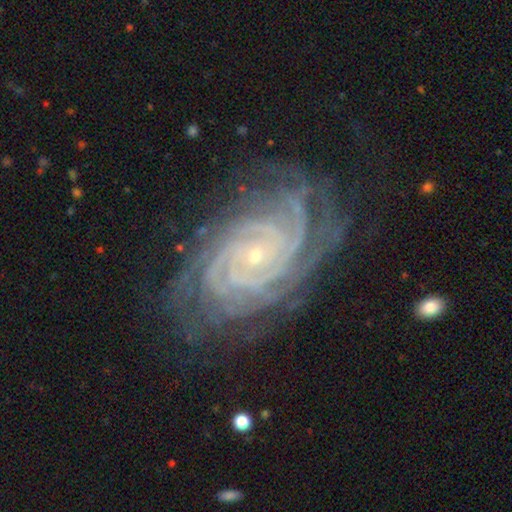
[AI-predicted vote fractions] smooth_or_featured: featured or disk (p=0.92) [alt: star or artifact p=0.05]
disk_edge_on: no (p=0.97) [alt: yes p=0.03]
bar: no (p=0.72) [alt: weak p=0.18]
has_spiral_arms: yes (p=0.99) [alt: no p=0.01]
spiral_winding: tight (p=0.85) [alt: medium p=0.13]
spiral_arm_count: 4 (p=0.25) [alt: more than 4 p=0.22]
bulge_size: small (p=0.84) [alt: moderate p=0.13]
merging: none (p=0.75) [alt: minor disturbance p=0.17]